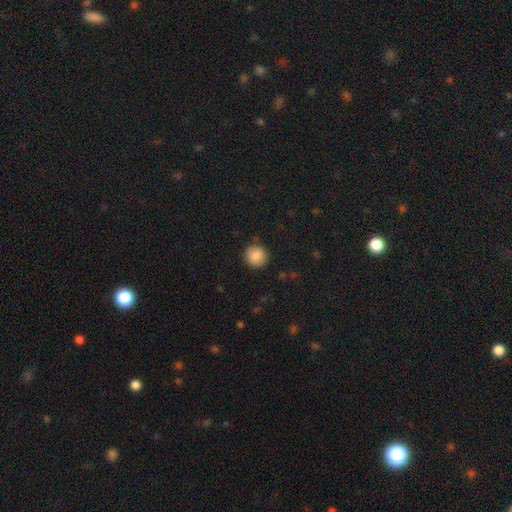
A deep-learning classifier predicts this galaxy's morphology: smooth_or_featured: smooth (p=0.88) [alt: star or artifact p=0.08]
how_rounded: round (p=0.93) [alt: in between p=0.06]
merging: none (p=0.90) [alt: minor disturbance p=0.07]